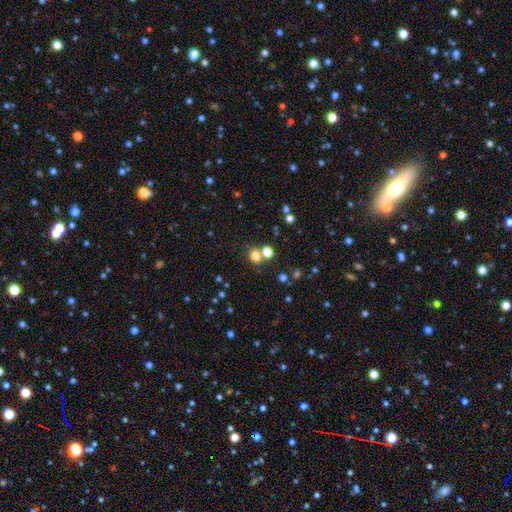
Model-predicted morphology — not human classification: smooth-or-featured: smooth: 75% | star or artifact: 18% | featured or disk: 7%
  how-rounded: round: 70% | in between: 29% | cigar-shaped: 1%
  merging: none: 63% | merger: 23% | minor disturbance: 10% | major disturbance: 4%